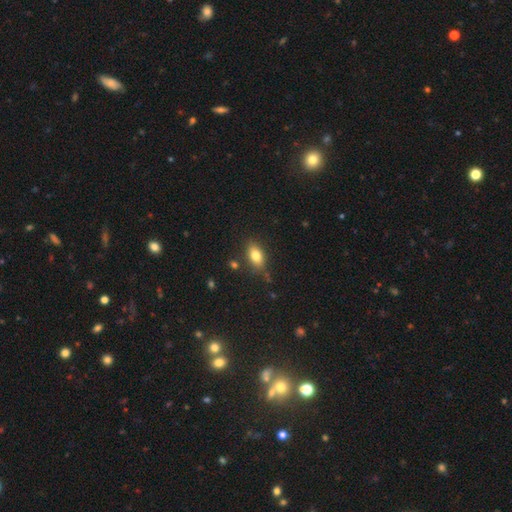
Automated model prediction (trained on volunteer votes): Smooth or featured: smooth — 79% (featured or disk — 12%)
How rounded: in between — 86% (round — 8%)
Merging: none — 78% (minor disturbance — 15%)